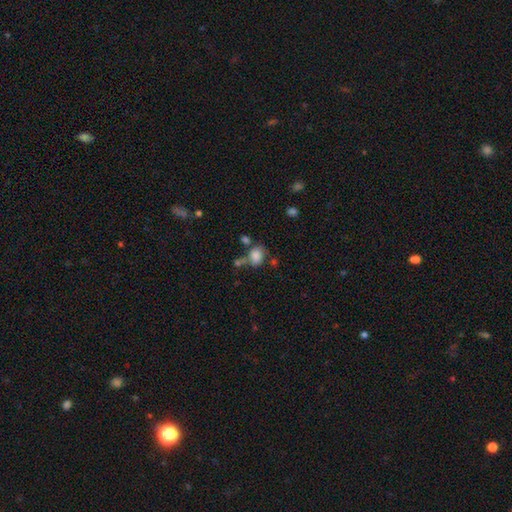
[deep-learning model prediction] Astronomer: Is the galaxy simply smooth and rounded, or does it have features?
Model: smooth — 81%.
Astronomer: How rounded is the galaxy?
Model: in between — 56% (runner-up: round, 43%).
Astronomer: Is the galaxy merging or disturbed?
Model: none — 51%.